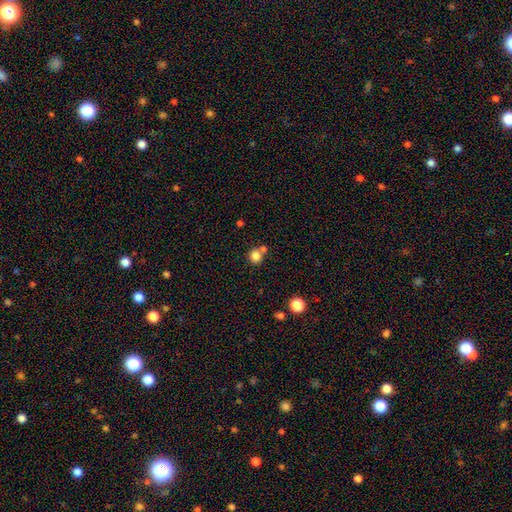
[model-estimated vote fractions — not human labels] A smooth galaxy with no disk features (82%) that is round (84%).

Vote fractions:
- Smooth or featured? smooth: 82% / star or artifact: 11% / featured or disk: 6%
- How rounded? round: 84% / in between: 16% / cigar-shaped: 1%
- Merging? none: 60% / merger: 28% / minor disturbance: 9% / major disturbance: 3%